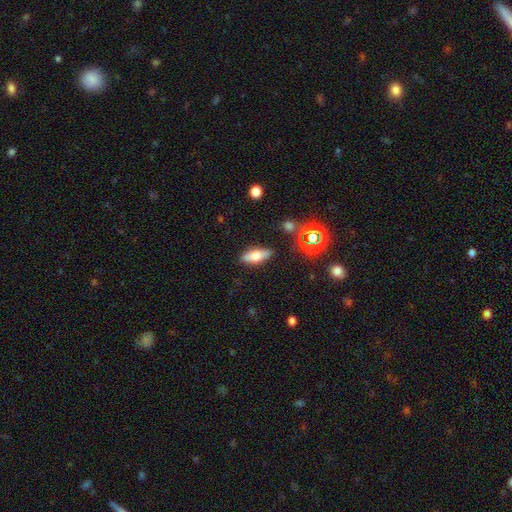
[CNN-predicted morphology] smooth-or-featured: smooth: 63% | featured or disk: 27% | star or artifact: 10%
  how-rounded: in between: 70% | cigar-shaped: 26% | round: 3%
  merging: none: 85% | minor disturbance: 11% | major disturbance: 3% | merger: 2%